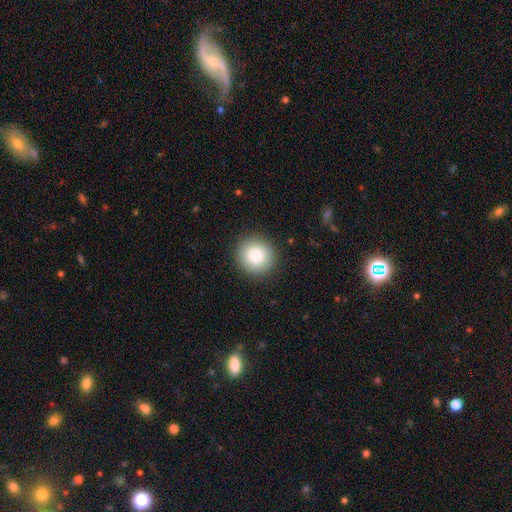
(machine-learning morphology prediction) smooth 86%, star or artifact 9%, featured or disk 6%. Down the decision tree: how rounded — round (93%); merging — none (91%).